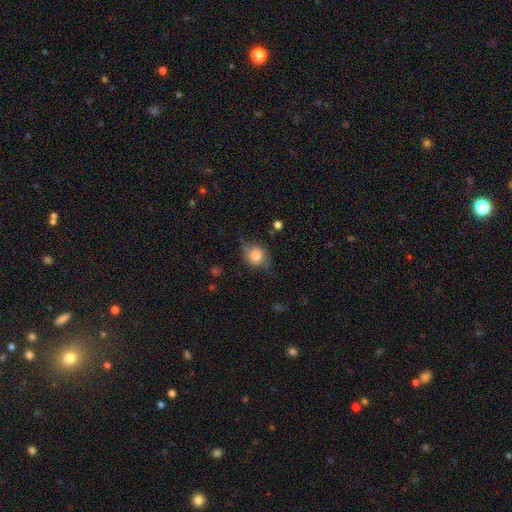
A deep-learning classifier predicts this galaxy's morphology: Smooth or featured?
  - smooth: 69% *
  - featured or disk: 22%
  - star or artifact: 9%
How rounded?
  - round: 61% *
  - in between: 37%
  - cigar-shaped: 2%
Merging?
  - none: 64% *
  - minor disturbance: 27%
  - major disturbance: 7%
  - merger: 2%